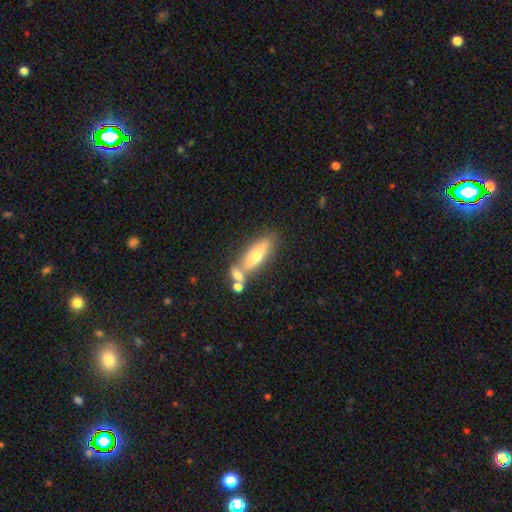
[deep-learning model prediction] This appears to be a smooth galaxy with no disk features (57%) that is cigar-shaped (55%). Merging: none (54%).